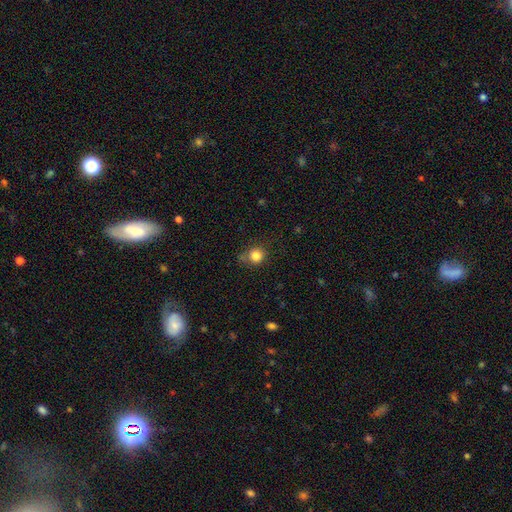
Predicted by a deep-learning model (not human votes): Smooth or featured?
  - smooth: 83% *
  - star or artifact: 11%
  - featured or disk: 6%
How rounded?
  - round: 86% *
  - in between: 13%
  - cigar-shaped: 1%
Merging?
  - none: 68% *
  - minor disturbance: 22%
  - major disturbance: 7%
  - merger: 4%